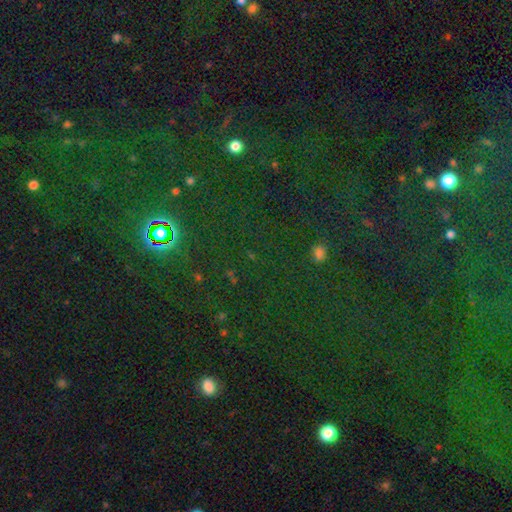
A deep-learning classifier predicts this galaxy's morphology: smooth_or_featured: star or artifact (p=0.76) [alt: smooth p=0.16]